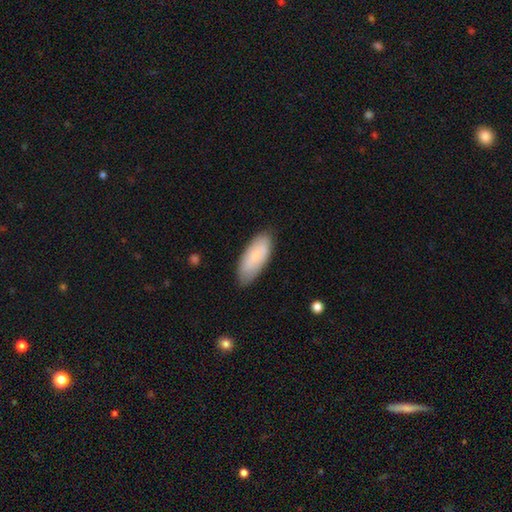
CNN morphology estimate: Smooth or featured? smooth (77%)
How rounded? in between (83%)
Merging? none (80%)